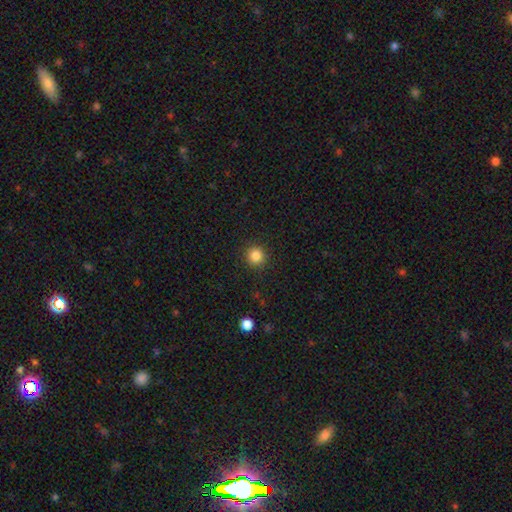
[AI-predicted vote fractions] The model was most divided on "smooth or featured": smooth: 85%, star or artifact: 11%, featured or disk: 4%. More confident: how rounded — round (94%); merging — none (91%).